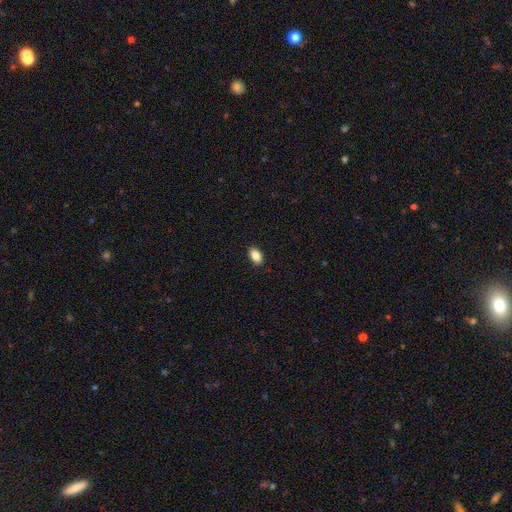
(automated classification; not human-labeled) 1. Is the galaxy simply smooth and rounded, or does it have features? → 87% smooth, 8% star or artifact, 5% featured or disk.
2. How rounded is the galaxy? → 90% in between, 8% round, 2% cigar-shaped.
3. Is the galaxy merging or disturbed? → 90% none, 7% minor disturbance, 2% major disturbance, 1% merger.